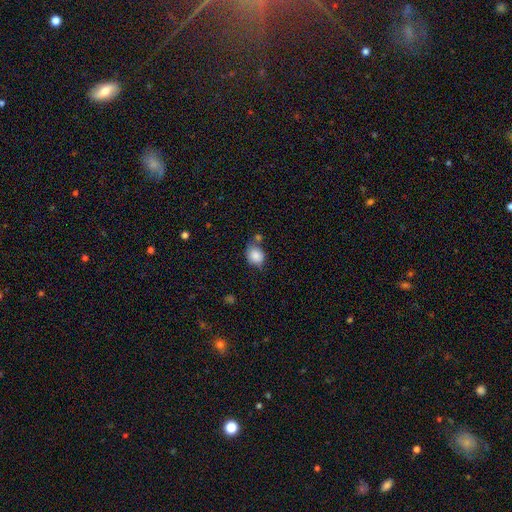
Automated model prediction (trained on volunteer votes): Smooth or featured? Predicted: smooth (p=0.84). How rounded? Predicted: round (p=0.68). Merging? Predicted: none (p=0.54).